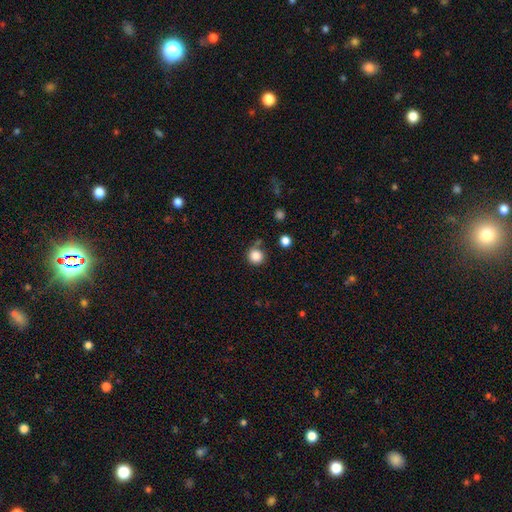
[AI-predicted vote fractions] Smooth or featured: smooth — 86% (star or artifact — 11%)
How rounded: round — 93% (in between — 6%)
Merging: none — 77% (minor disturbance — 11%)